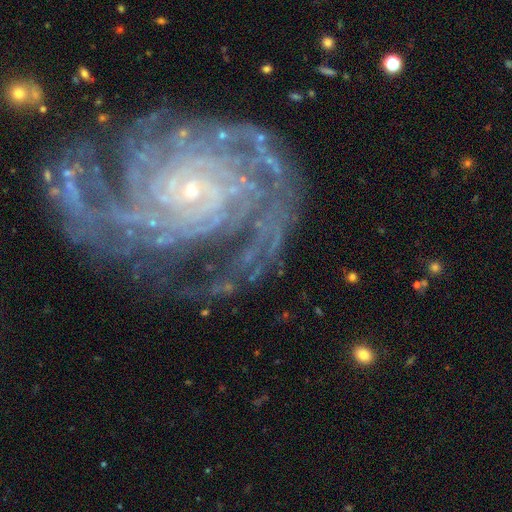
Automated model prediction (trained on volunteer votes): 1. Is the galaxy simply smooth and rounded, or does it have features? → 90% featured or disk, 7% star or artifact, 4% smooth.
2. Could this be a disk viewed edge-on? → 98% no, 2% yes.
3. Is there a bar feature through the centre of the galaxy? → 66% no, 23% weak, 11% strong.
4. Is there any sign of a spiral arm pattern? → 98% yes, 2% no.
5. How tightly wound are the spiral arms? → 77% tight, 19% medium, 4% loose.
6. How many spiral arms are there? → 21% more than 4, 20% can't tell, 19% 4, 16% 2, 15% 3, 9% 1.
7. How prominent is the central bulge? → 85% small, 11% moderate, 2% none, 1% large, 1% dominant.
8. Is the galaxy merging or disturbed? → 68% none, 16% minor disturbance, 12% major disturbance, 3% merger.